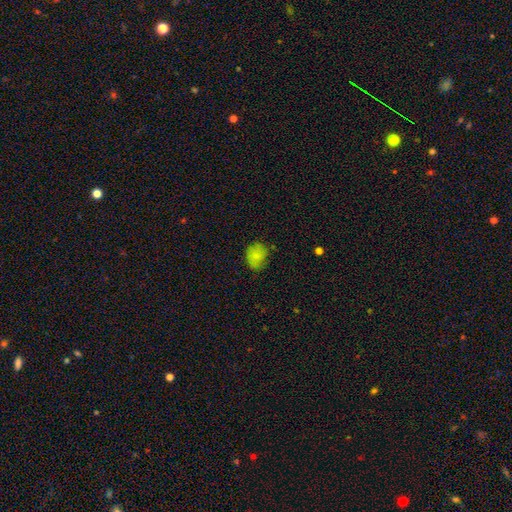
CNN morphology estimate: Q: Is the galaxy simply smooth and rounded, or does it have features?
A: smooth — 72%.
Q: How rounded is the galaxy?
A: round — 54%.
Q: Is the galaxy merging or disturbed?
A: none — 72%.